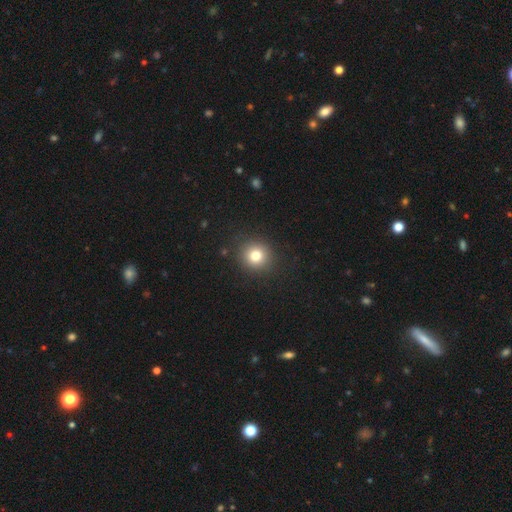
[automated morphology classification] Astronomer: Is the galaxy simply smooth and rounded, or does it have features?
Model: smooth — 79%.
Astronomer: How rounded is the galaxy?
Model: round — 92%.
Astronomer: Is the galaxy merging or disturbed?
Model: none — 90%.